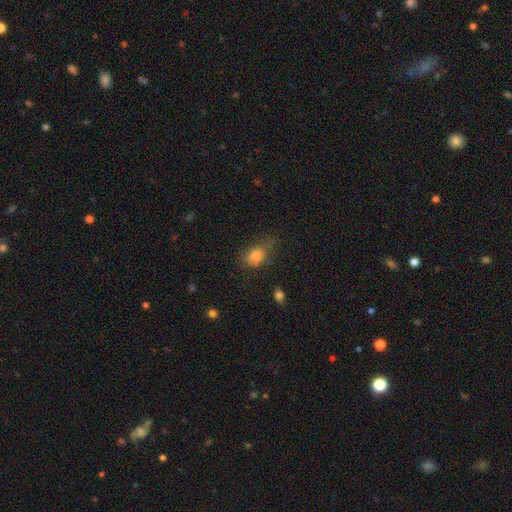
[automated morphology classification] smooth-or-featured: smooth: 78% | star or artifact: 12% | featured or disk: 10%
  how-rounded: in between: 72% | round: 25% | cigar-shaped: 3%
  merging: none: 49% | minor disturbance: 31% | major disturbance: 17% | merger: 3%